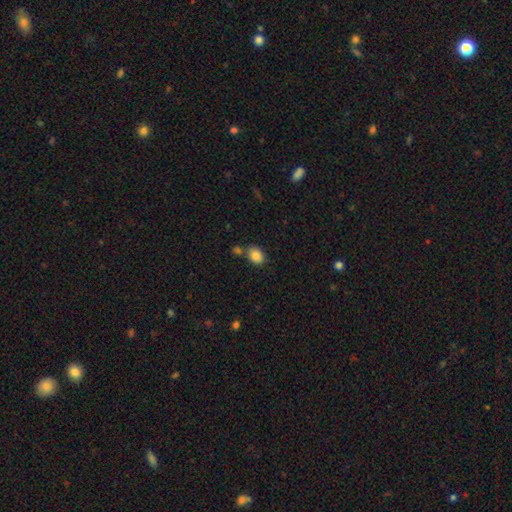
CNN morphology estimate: A smooth galaxy with no disk features (85%) that is in between round and cigar-shaped (61%). Merging: none (66%).